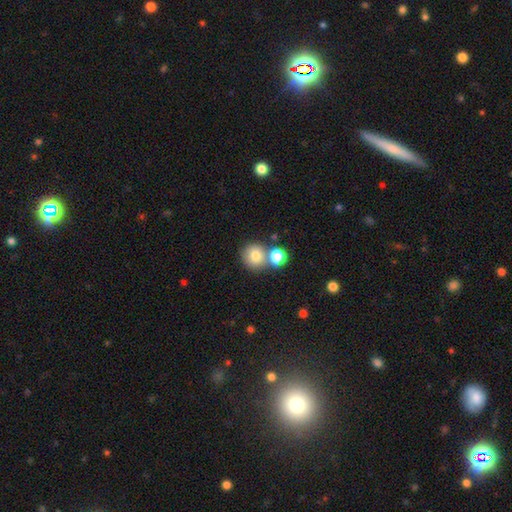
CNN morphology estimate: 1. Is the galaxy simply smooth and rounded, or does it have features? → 80% smooth, 11% star or artifact, 9% featured or disk.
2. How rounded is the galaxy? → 89% round, 10% in between, 1% cigar-shaped.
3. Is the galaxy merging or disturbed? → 59% none, 29% merger, 9% minor disturbance, 3% major disturbance.